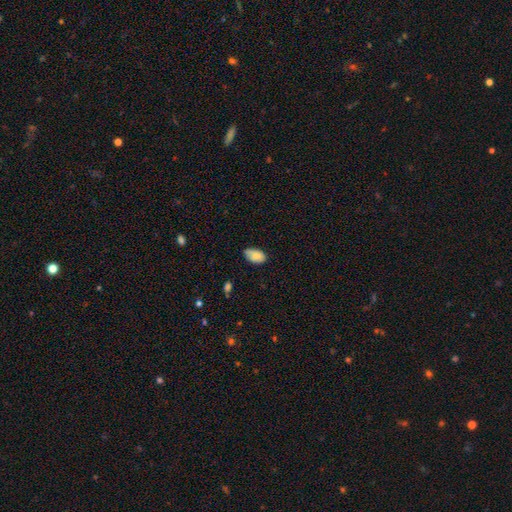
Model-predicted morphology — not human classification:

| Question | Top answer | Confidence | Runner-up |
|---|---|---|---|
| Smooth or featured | smooth | 85% | featured or disk (8%) |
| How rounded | in between | 93% | round (5%) |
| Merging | none | 69% | minor disturbance (26%) |